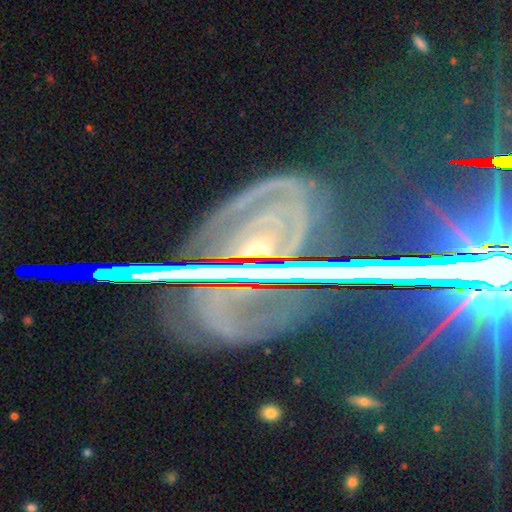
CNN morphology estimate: The model was most divided on "smooth or featured": featured or disk: 52%, star or artifact: 38%, smooth: 11%. More confident: edge-on disk — no (77%); merging — none (69%).